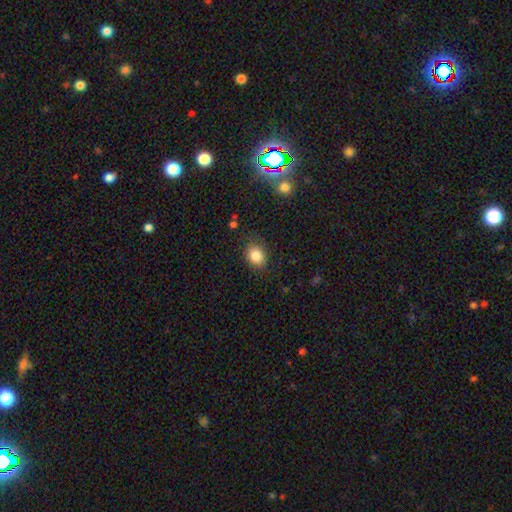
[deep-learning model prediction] Smooth or featured?
  - smooth: 84% *
  - star or artifact: 10%
  - featured or disk: 6%
How rounded?
  - in between: 53% *
  - round: 46%
  - cigar-shaped: 1%
Merging?
  - none: 81% *
  - minor disturbance: 14%
  - major disturbance: 4%
  - merger: 2%